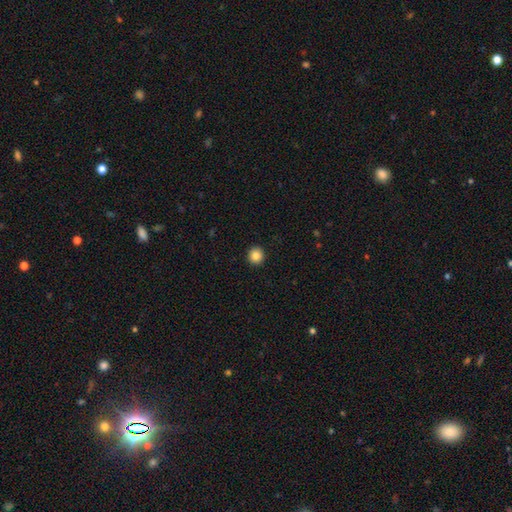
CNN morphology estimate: smooth-or-featured: smooth: 85% | star or artifact: 10% | featured or disk: 5%
  how-rounded: round: 93% | in between: 6% | cigar-shaped: 1%
  merging: none: 94% | minor disturbance: 4% | major disturbance: 1% | merger: 1%